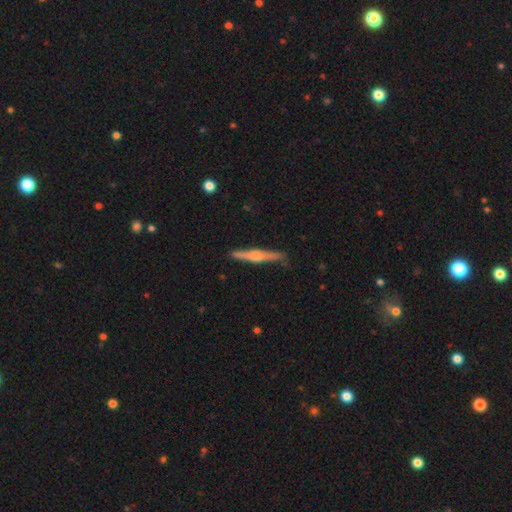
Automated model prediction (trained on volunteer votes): Q: Smooth or featured?
A: featured or disk (65%); runner-up: smooth (30%)
Q: Edge-on disk?
A: yes (97%); runner-up: no (3%)
Q: Edge-on bulge?
A: rounded (79%); runner-up: boxy (13%)
Q: Merging?
A: none (84%); runner-up: minor disturbance (12%)